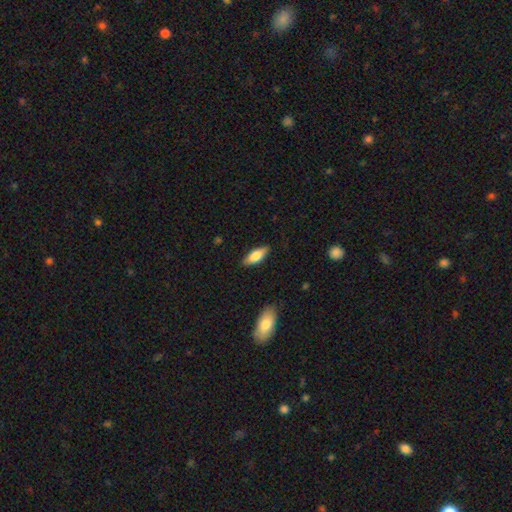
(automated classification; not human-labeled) Morphology: type=smooth (76%); roundness=in between (74%); merging=none (86%).